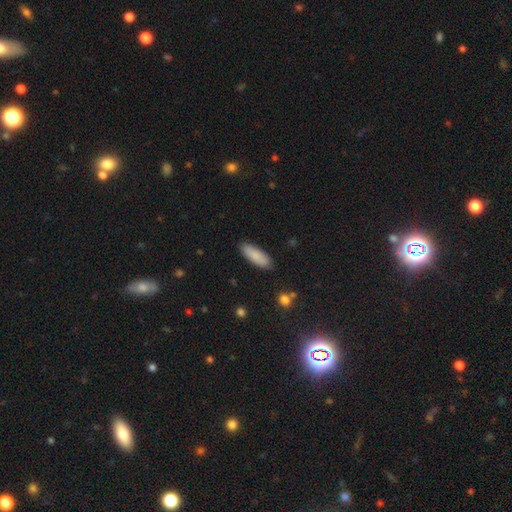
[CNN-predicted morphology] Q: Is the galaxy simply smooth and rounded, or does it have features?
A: smooth — 86%.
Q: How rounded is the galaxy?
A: in between — 65%.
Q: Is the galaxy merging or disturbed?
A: none — 87%.